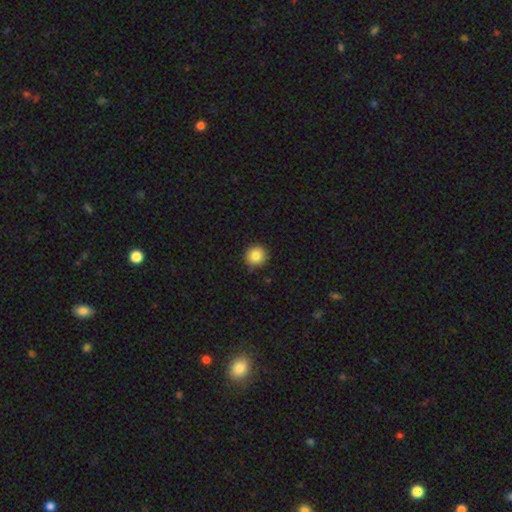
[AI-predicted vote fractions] smooth_or_featured: smooth (p=0.85) [alt: star or artifact p=0.10]
how_rounded: round (p=0.94) [alt: in between p=0.05]
merging: none (p=0.88) [alt: minor disturbance p=0.09]